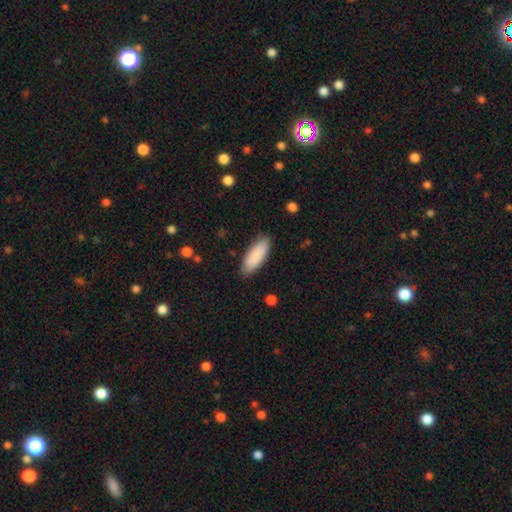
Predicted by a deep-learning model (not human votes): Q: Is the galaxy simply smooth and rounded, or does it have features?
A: smooth — 87%.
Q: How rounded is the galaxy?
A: in between — 71%.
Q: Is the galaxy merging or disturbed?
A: none — 86%.